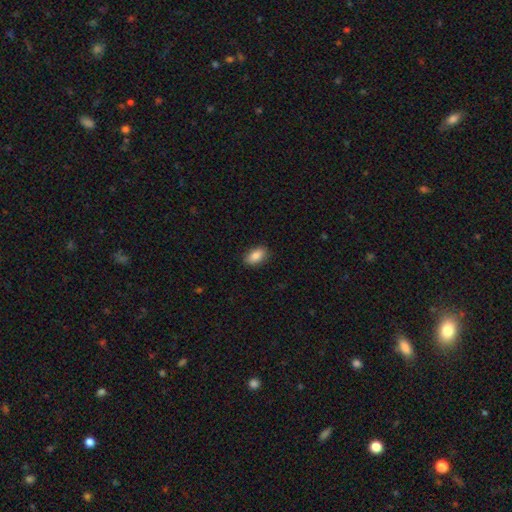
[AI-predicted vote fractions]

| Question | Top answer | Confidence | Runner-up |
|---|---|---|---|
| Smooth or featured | smooth | 85% | featured or disk (8%) |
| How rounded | in between | 91% | round (5%) |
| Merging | none | 87% | minor disturbance (10%) |